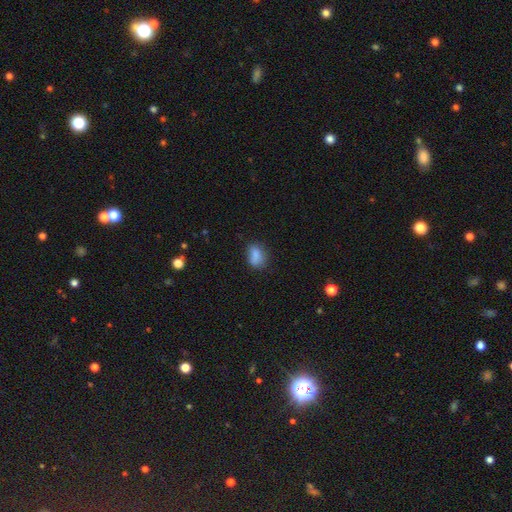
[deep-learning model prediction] Smooth or featured? smooth (81%)
How rounded? in between (75%)
Merging? none (59%)